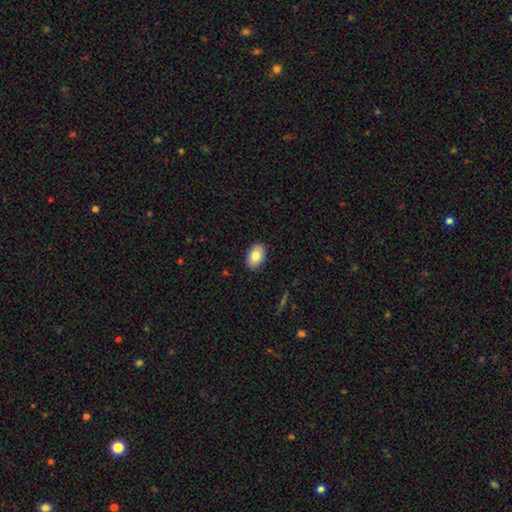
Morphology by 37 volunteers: type=smooth (84%); roundness=in between (84%); merging=none (86%).